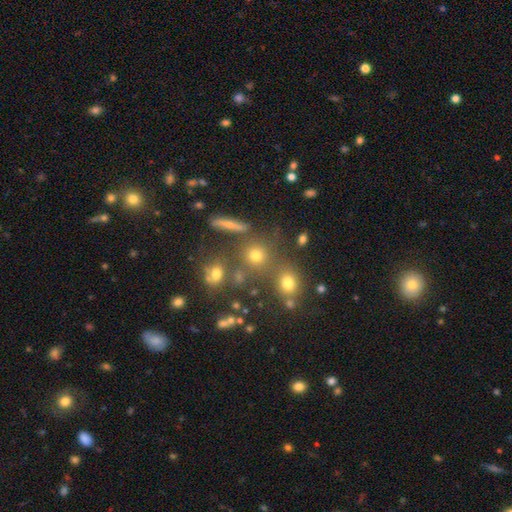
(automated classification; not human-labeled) A smooth galaxy with no disk features (67%) that is round (83%).

Vote fractions:
- Smooth or featured? smooth: 67% / star or artifact: 21% / featured or disk: 13%
- How rounded? round: 83% / in between: 13% / cigar-shaped: 4%
- Merging? none: 66% / merger: 20% / minor disturbance: 10% / major disturbance: 5%